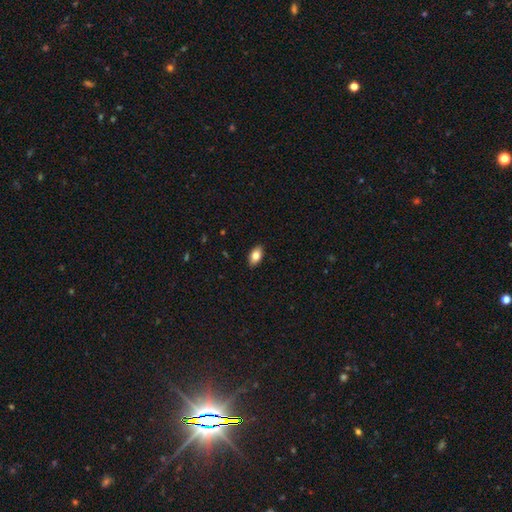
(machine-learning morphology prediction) This is clearly a smooth galaxy (82%). How rounded: clearly in between (91%). Merging: clearly none (89%).